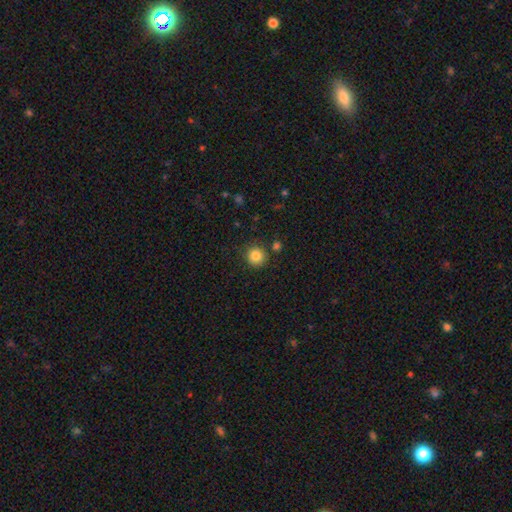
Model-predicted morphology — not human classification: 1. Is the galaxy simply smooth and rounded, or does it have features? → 84% smooth, 10% star or artifact, 5% featured or disk.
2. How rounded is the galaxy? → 94% round, 5% in between, 1% cigar-shaped.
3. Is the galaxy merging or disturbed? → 86% none, 8% minor disturbance, 4% merger, 3% major disturbance.